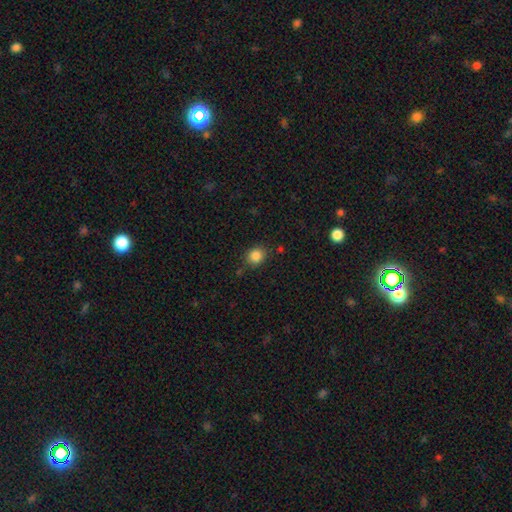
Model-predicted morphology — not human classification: The model was most divided on "how rounded": round: 77%, in between: 22%, cigar-shaped: 1%. More confident: smooth or featured — smooth (86%); merging — none (82%).